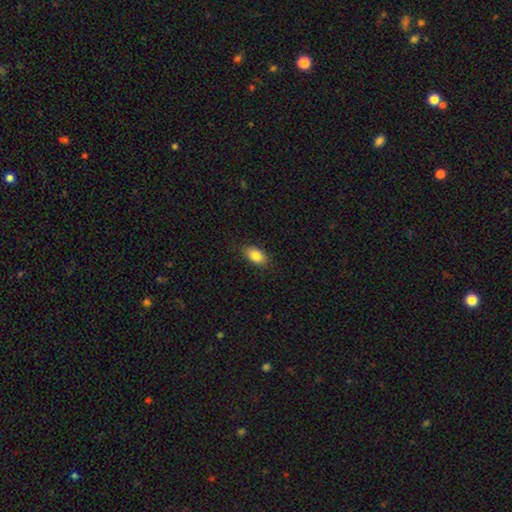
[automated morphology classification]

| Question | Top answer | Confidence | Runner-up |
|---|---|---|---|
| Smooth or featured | smooth | 84% | featured or disk (9%) |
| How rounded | in between | 89% | round (8%) |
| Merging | none | 84% | minor disturbance (13%) |